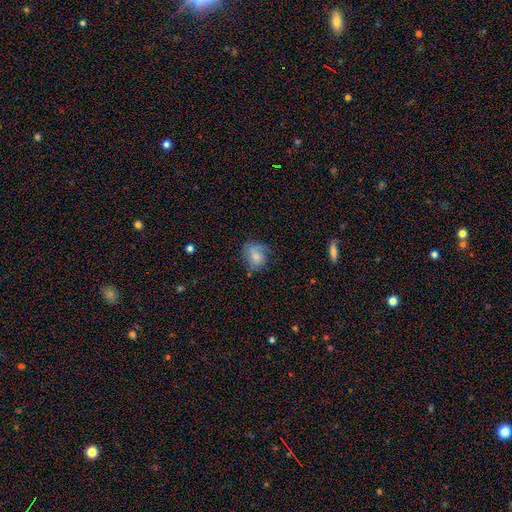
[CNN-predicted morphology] Q: Smooth or featured?
A: smooth (62%); runner-up: featured or disk (28%)
Q: How rounded?
A: round (51%); runner-up: in between (47%)
Q: Merging?
A: none (52%); runner-up: minor disturbance (29%)